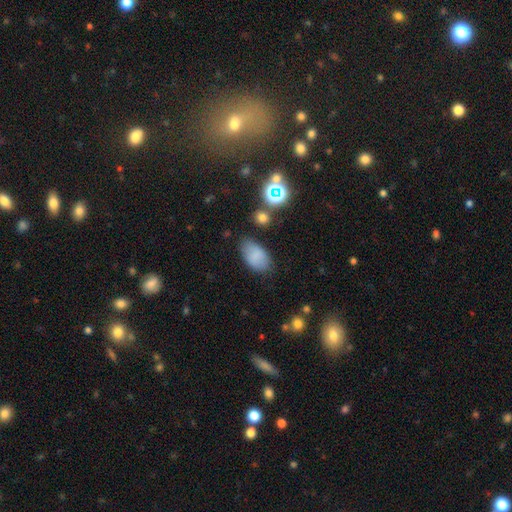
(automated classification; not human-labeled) smooth-or-featured: smooth: 81% | star or artifact: 11% | featured or disk: 9%
  how-rounded: in between: 92% | round: 6% | cigar-shaped: 2%
  merging: none: 73% | minor disturbance: 18% | major disturbance: 5% | merger: 3%